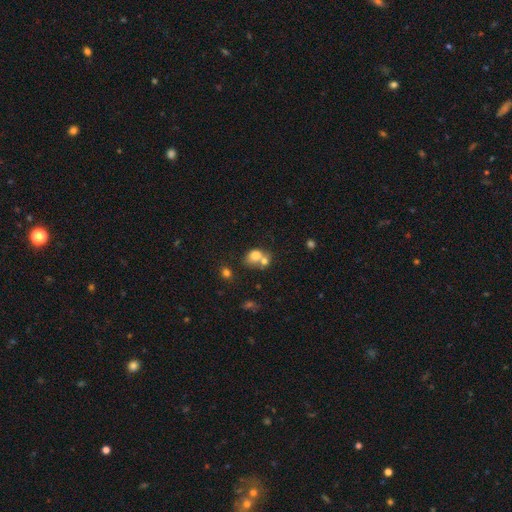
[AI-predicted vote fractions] Smooth or featured? smooth (73%)
How rounded? in between (52%)
Merging? merger (56%)